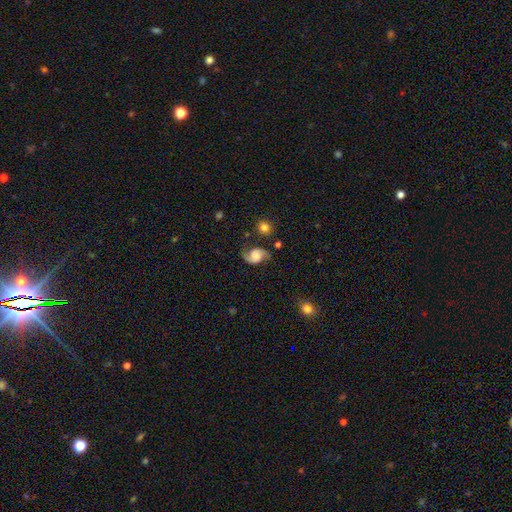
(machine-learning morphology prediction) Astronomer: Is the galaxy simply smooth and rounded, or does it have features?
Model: featured or disk — 78%.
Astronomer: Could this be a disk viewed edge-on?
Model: no — 98%.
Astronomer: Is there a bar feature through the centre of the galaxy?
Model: no — 59%.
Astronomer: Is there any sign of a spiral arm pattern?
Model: yes — 96%.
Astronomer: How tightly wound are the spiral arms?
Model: loose — 50% (runner-up: medium, 39%).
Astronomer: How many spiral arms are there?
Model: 2 — 92%.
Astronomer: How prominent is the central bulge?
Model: large — 27% (runner-up: none, 26%).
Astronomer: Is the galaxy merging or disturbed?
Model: none — 73%.